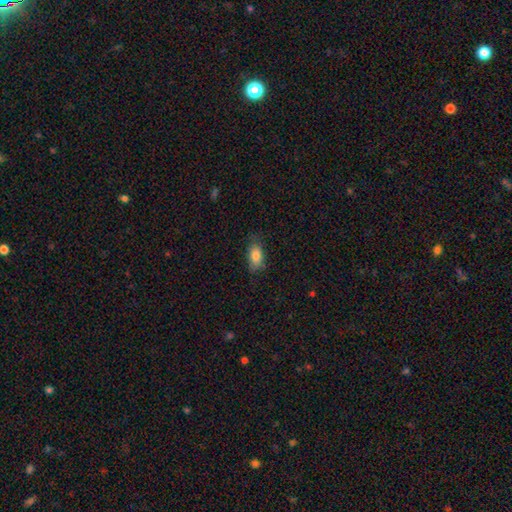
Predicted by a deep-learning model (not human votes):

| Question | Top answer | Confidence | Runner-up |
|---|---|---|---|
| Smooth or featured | smooth | 83% | featured or disk (9%) |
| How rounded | in between | 89% | round (6%) |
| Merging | none | 73% | minor disturbance (21%) |